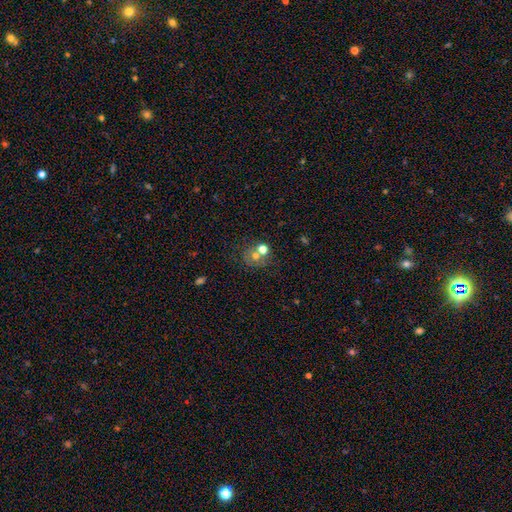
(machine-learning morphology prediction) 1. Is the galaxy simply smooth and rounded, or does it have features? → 59% smooth, 21% star or artifact, 20% featured or disk.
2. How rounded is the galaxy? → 81% round, 18% in between, 1% cigar-shaped.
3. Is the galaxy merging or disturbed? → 53% none, 32% merger, 9% minor disturbance, 6% major disturbance.